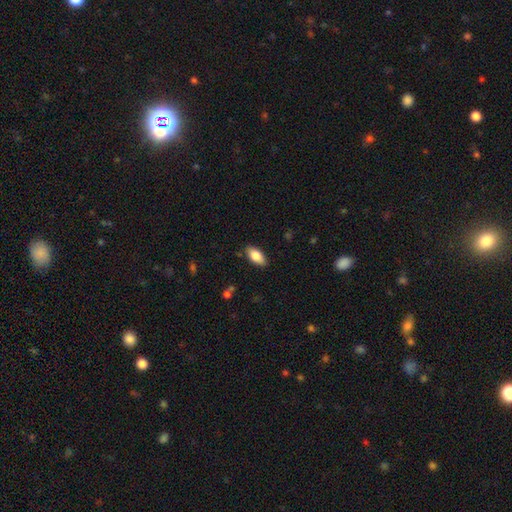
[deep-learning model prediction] The model was most divided on "smooth or featured": smooth: 81%, featured or disk: 13%, star or artifact: 7%. More confident: how rounded — in between (89%); merging — none (86%).